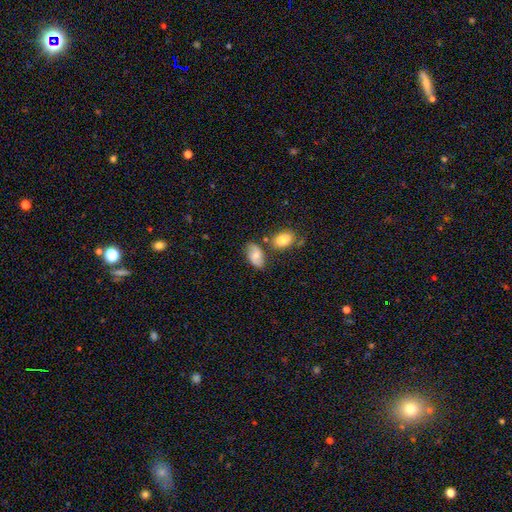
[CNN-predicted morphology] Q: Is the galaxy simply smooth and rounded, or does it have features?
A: smooth — 63%.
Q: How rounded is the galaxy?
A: in between — 91%.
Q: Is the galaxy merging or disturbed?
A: none — 64%.